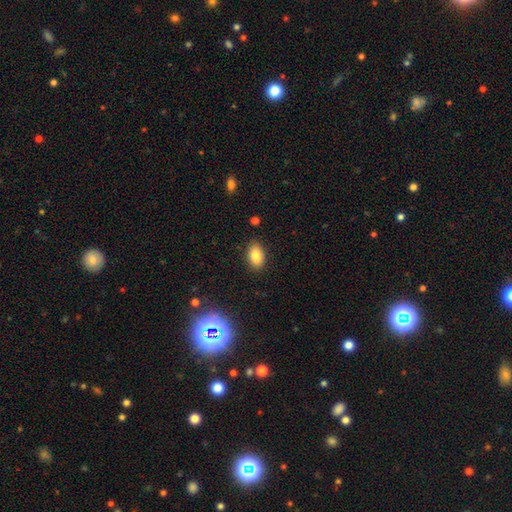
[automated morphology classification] Smooth or featured? Predicted: smooth (p=0.81). How rounded? Predicted: in between (p=0.89). Merging? Predicted: none (p=0.87).